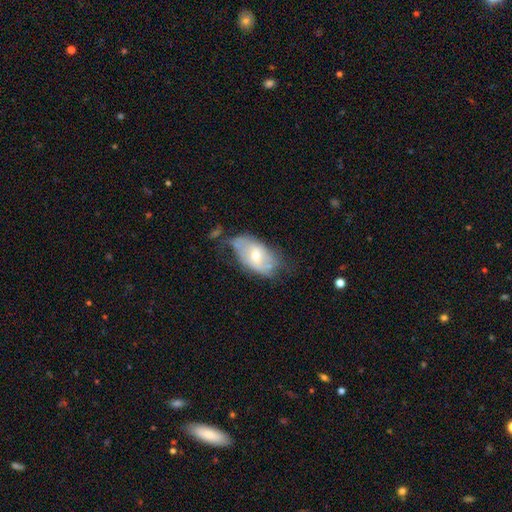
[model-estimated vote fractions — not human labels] A featured or disk galaxy (52%). Merging: none (39%).